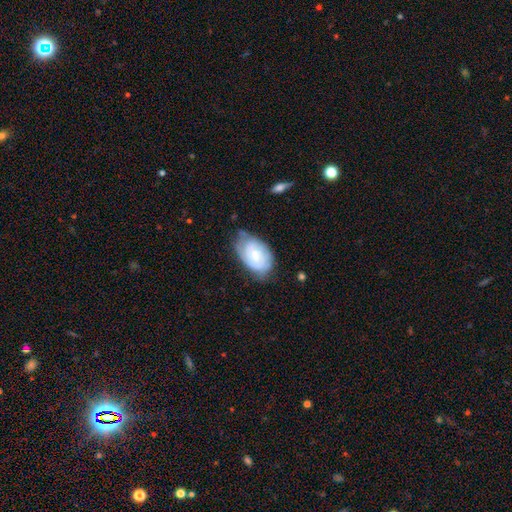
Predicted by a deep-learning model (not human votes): Smooth or featured? Predicted: featured or disk (p=0.51). Edge-on disk? Predicted: no (p=0.95). Merging? Predicted: none (p=0.57).